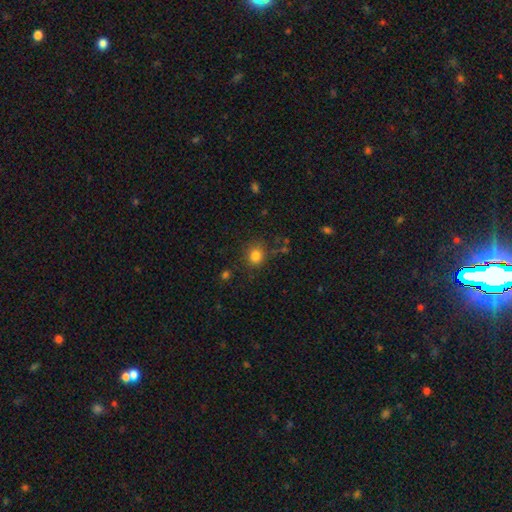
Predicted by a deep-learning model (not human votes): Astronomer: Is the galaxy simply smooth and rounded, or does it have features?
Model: smooth — 82%.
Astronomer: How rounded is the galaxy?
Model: round — 78%.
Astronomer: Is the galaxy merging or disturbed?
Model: none — 81%.